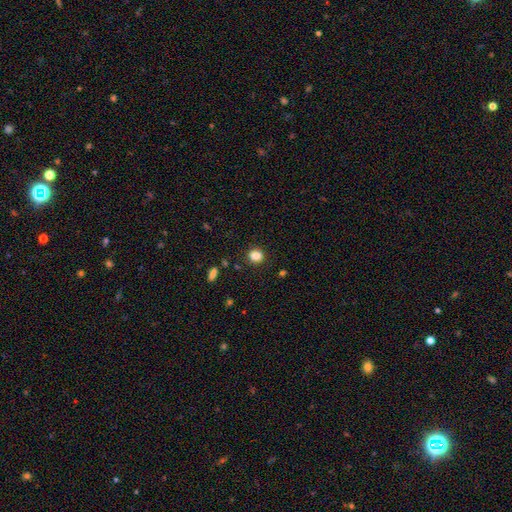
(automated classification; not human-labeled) A smooth galaxy with no disk features (86%) that is round (72%).

Vote fractions:
- Smooth or featured? smooth: 86% / star or artifact: 11% / featured or disk: 3%
- How rounded? round: 72% / in between: 27% / cigar-shaped: 1%
- Merging? none: 86% / minor disturbance: 9% / major disturbance: 3% / merger: 2%